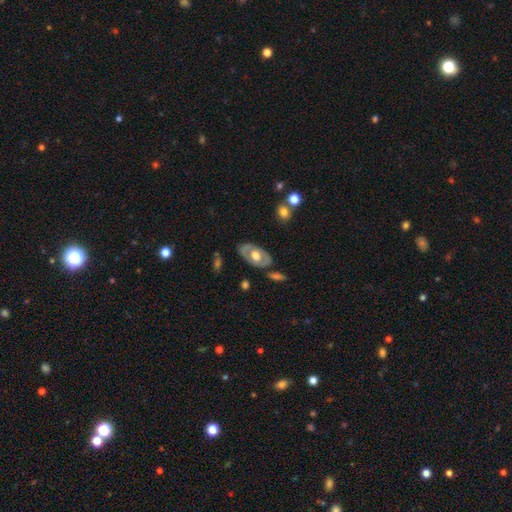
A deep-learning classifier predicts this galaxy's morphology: A featured or disk galaxy (58%) with no bar (83%), no spiral arms (80%) and a moderate central bulge (56%).

Vote fractions:
- Smooth or featured? featured or disk: 58% / smooth: 37% / star or artifact: 5%
- Edge-on disk? no: 88% / yes: 12%
- Bar? no: 83% / weak: 13% / strong: 3%
- Spiral arms? no: 80% / yes: 20%
- Bulge size? moderate: 56% / large: 38% / small: 3% / dominant: 2% / none: 1%
- Merging? none: 76% / minor disturbance: 15% / major disturbance: 5% / merger: 4%